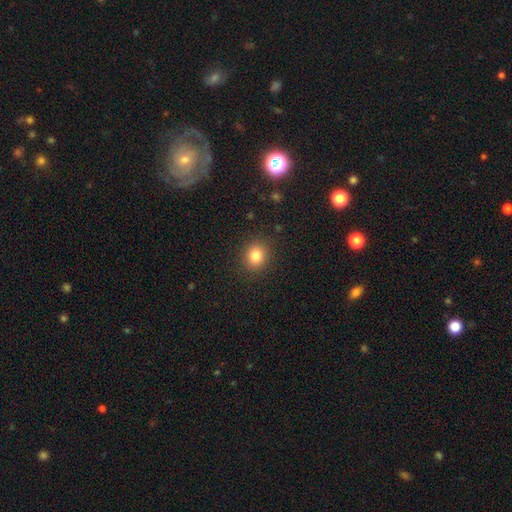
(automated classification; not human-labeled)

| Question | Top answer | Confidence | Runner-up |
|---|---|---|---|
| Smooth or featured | smooth | 82% | star or artifact (11%) |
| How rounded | round | 71% | in between (28%) |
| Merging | none | 88% | minor disturbance (8%) |